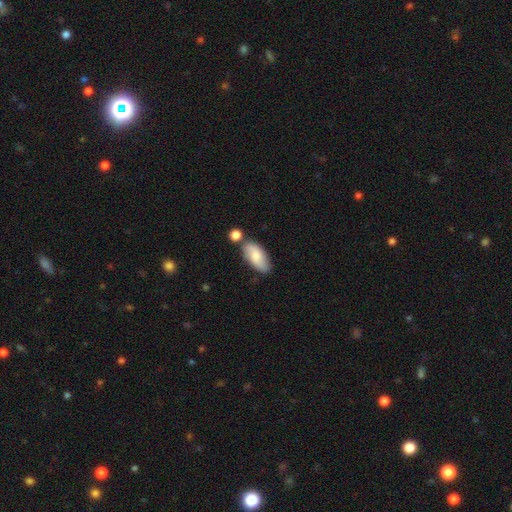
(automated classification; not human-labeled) Q: Smooth or featured?
A: smooth (65%); runner-up: featured or disk (28%)
Q: How rounded?
A: in between (90%); runner-up: cigar-shaped (8%)
Q: Merging?
A: none (61%); runner-up: minor disturbance (19%)